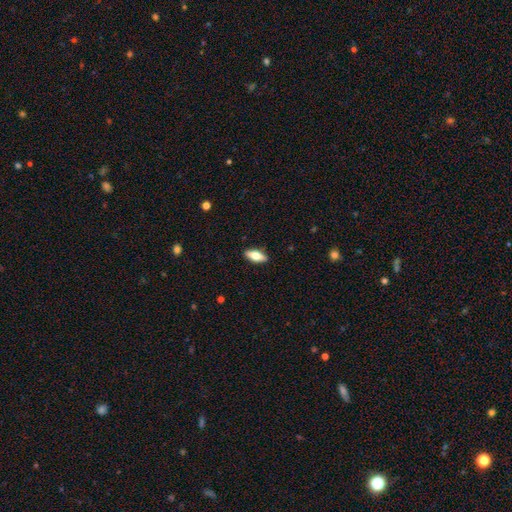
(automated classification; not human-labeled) smooth_or_featured: smooth (p=0.63) [alt: featured or disk p=0.30]
how_rounded: in between (p=0.73) [alt: cigar-shaped p=0.24]
merging: none (p=0.90) [alt: minor disturbance p=0.08]